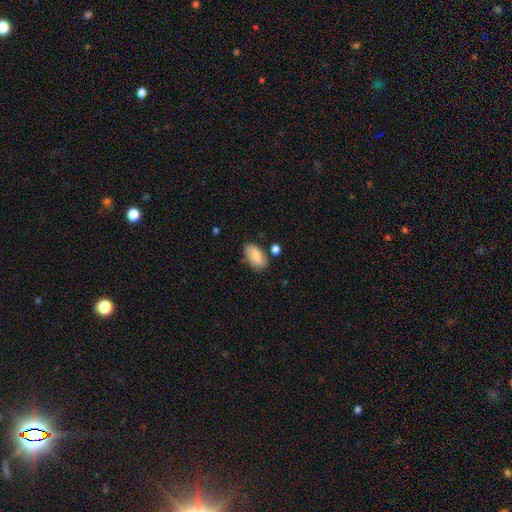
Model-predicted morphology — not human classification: This appears to be a smooth galaxy with no disk features (75%) that is in between round and cigar-shaped (92%). Merging: none (72%).